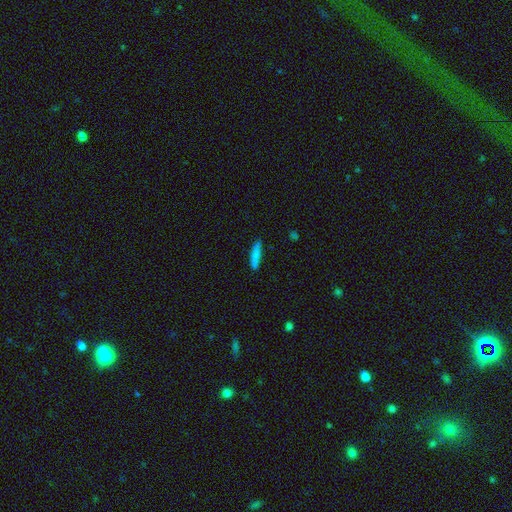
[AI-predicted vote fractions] The model was most divided on "how rounded": cigar-shaped: 82%, in between: 16%, round: 2%. More confident: smooth or featured — smooth (83%); merging — none (81%).